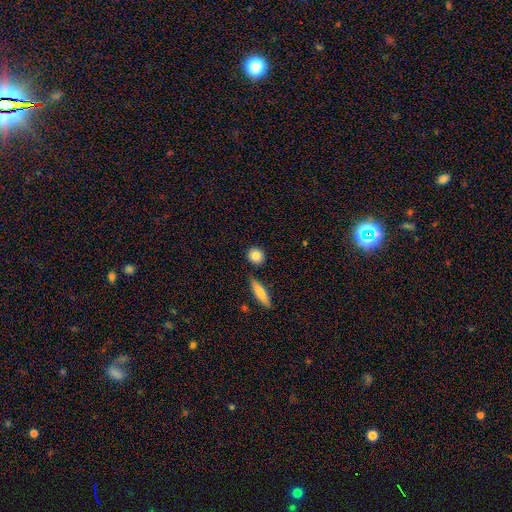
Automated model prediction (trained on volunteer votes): smooth_or_featured: smooth (p=0.84) [alt: featured or disk p=0.08]
how_rounded: round (p=0.83) [alt: in between p=0.13]
merging: none (p=0.82) [alt: minor disturbance p=0.10]